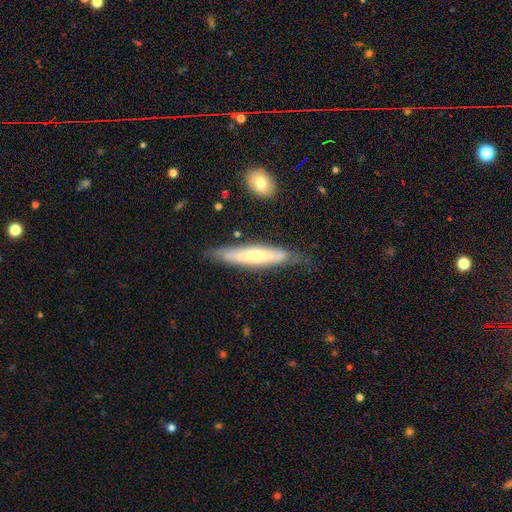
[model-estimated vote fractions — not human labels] smooth_or_featured: featured or disk (p=0.51) [alt: smooth p=0.43]
disk_edge_on: yes (p=0.71) [alt: no p=0.29]
merging: none (p=0.71) [alt: minor disturbance p=0.21]